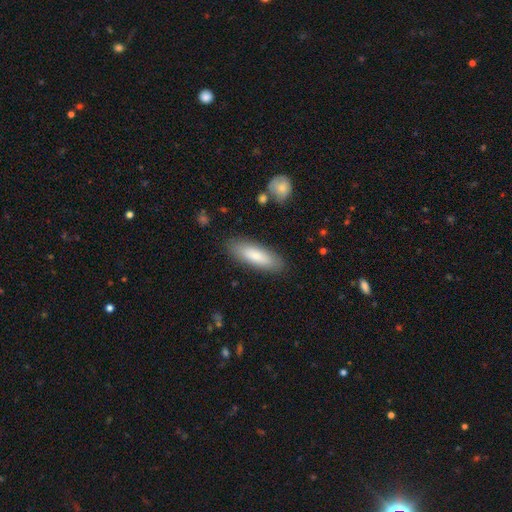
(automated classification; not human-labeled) Smooth or featured? smooth (80%)
How rounded? cigar-shaped (51%)
Merging? none (86%)